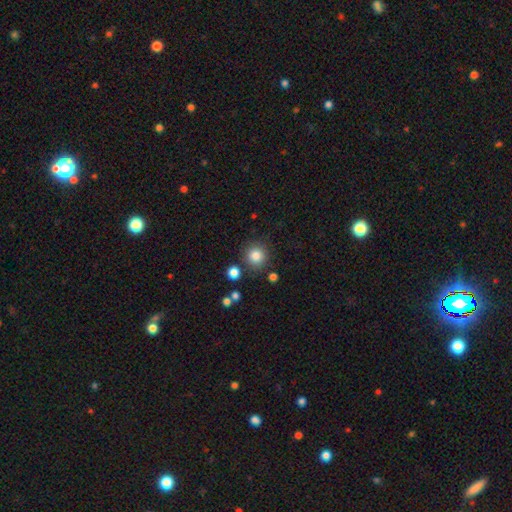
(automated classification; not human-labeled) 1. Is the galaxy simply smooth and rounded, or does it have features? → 83% smooth, 11% star or artifact, 6% featured or disk.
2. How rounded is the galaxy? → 93% round, 6% in between, 1% cigar-shaped.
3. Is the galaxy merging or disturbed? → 83% none, 9% minor disturbance, 5% merger, 3% major disturbance.